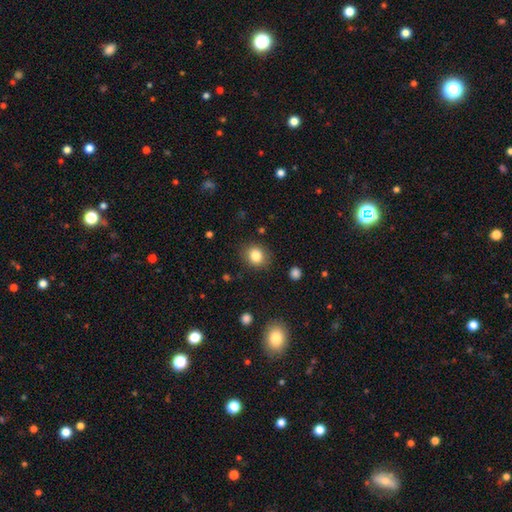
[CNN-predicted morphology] This appears to be a smooth galaxy with no disk features (82%) that is round (78%). Merging: none (85%).